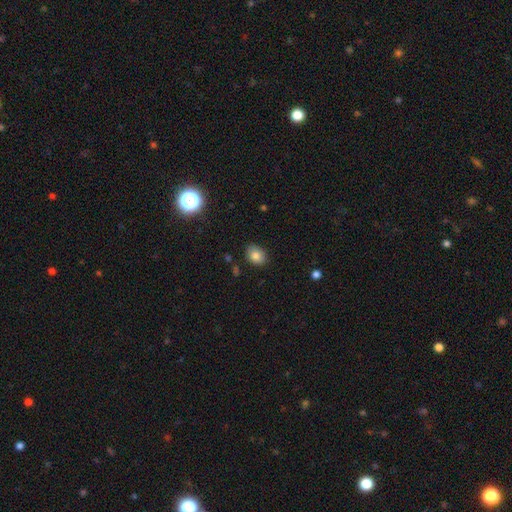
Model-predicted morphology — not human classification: The model was most divided on "how rounded": in between: 69%, round: 30%, cigar-shaped: 1%. More confident: merging — none (84%); smooth or featured — smooth (82%).